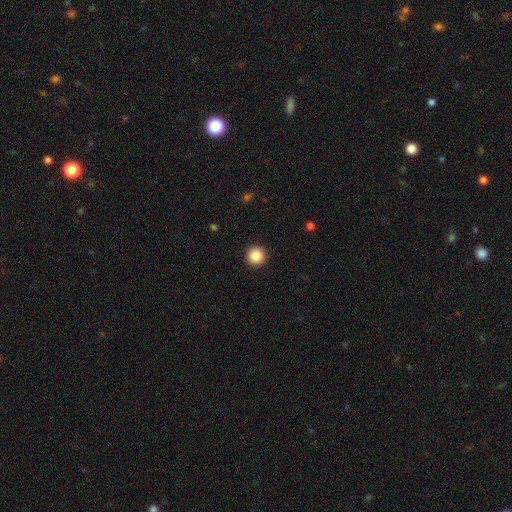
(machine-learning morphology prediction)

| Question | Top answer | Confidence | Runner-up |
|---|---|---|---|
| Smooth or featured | smooth | 87% | star or artifact (9%) |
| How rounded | round | 96% | in between (3%) |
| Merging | none | 93% | minor disturbance (4%) |